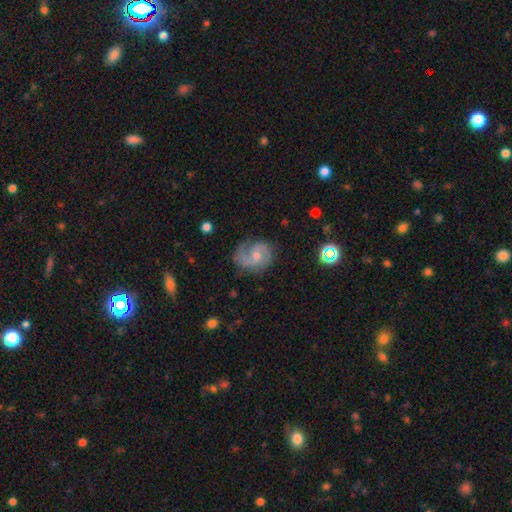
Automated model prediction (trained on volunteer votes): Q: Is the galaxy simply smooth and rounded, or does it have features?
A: featured or disk — 80%.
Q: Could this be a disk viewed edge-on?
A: no — 98%.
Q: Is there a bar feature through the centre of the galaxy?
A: no — 53%.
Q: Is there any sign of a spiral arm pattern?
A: yes — 95%.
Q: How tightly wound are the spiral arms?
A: medium — 53%.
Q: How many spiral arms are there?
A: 2 — 84%.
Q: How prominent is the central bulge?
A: moderate — 46%, tied with small.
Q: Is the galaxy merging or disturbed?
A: none — 68%.